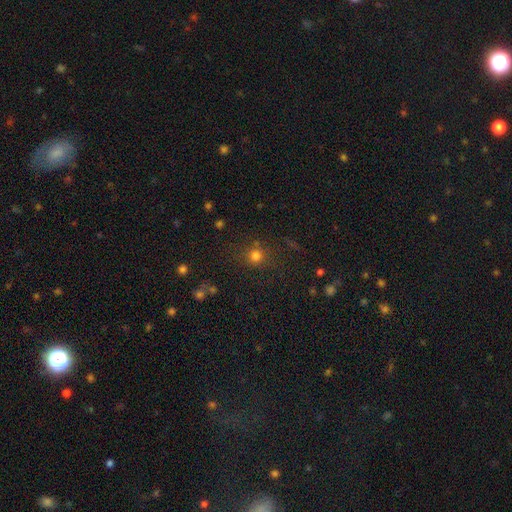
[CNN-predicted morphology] Smooth or featured? Predicted: smooth (p=0.76). How rounded? Predicted: round (p=0.89). Merging? Predicted: none (p=0.78).